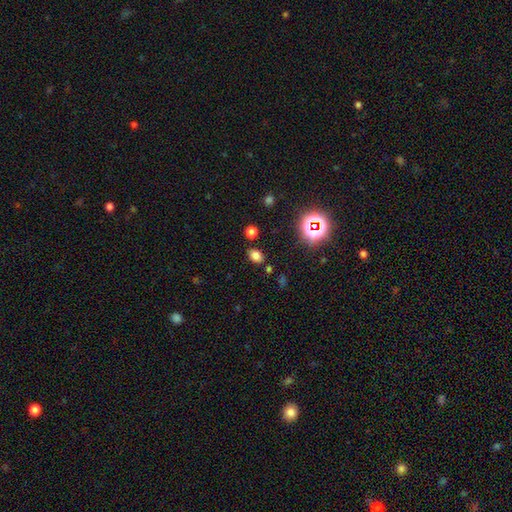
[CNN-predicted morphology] Smooth or featured? Predicted: smooth (p=0.74). How rounded? Predicted: in between (p=0.74). Merging? Predicted: none (p=0.82).